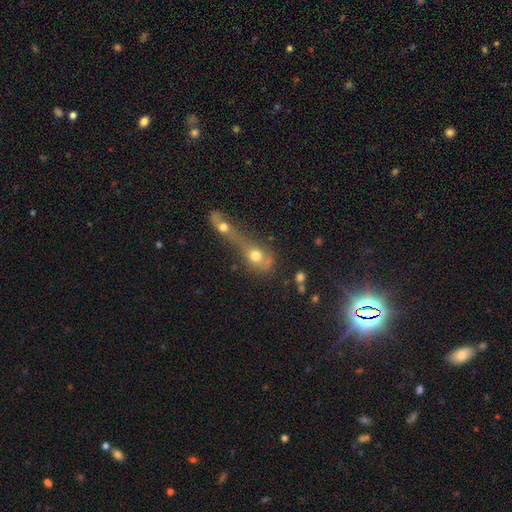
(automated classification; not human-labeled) smooth 66%, featured or disk 19%, star or artifact 14%. Down the decision tree: how rounded — round (55%); merging — merger (70%).